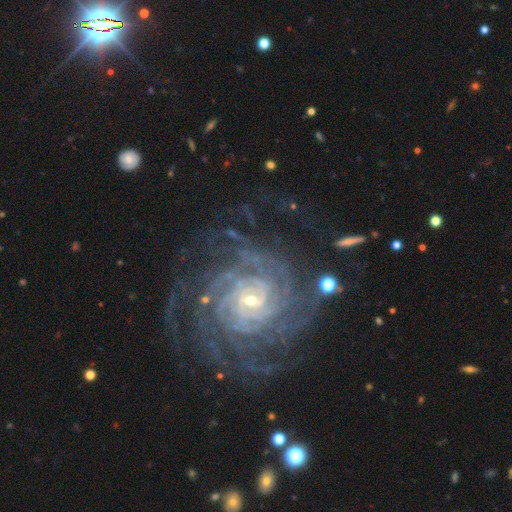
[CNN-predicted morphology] smooth_or_featured: featured or disk (p=0.90) [alt: star or artifact p=0.06]
disk_edge_on: no (p=0.97) [alt: yes p=0.03]
bar: no (p=0.56) [alt: weak p=0.30]
has_spiral_arms: yes (p=0.98) [alt: no p=0.02]
spiral_winding: tight (p=0.80) [alt: medium p=0.17]
spiral_arm_count: 4 (p=0.23) [alt: more than 4 p=0.22]
bulge_size: small (p=0.77) [alt: moderate p=0.19]
merging: none (p=0.75) [alt: minor disturbance p=0.14]